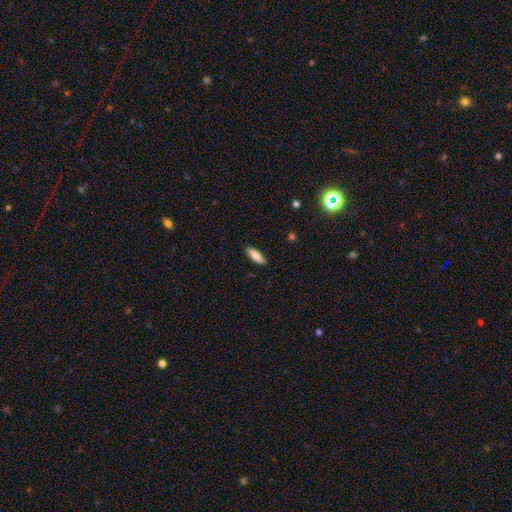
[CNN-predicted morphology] type=smooth (80%); roundness=in between (59%); merging=none (89%).